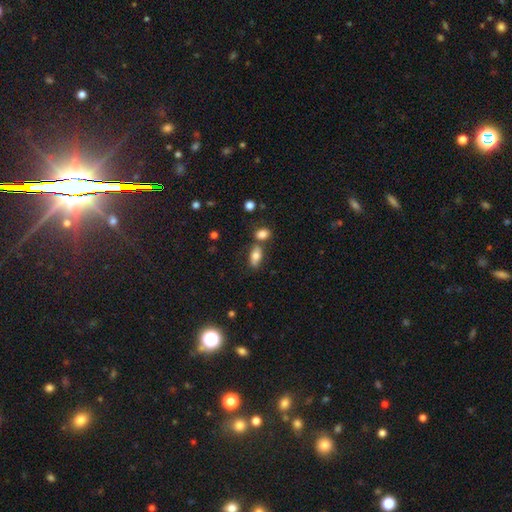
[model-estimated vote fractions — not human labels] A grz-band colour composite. It shows a smooth galaxy with no disk features (74%) that is in between round and cigar-shaped (85%). Merging: none (58%).